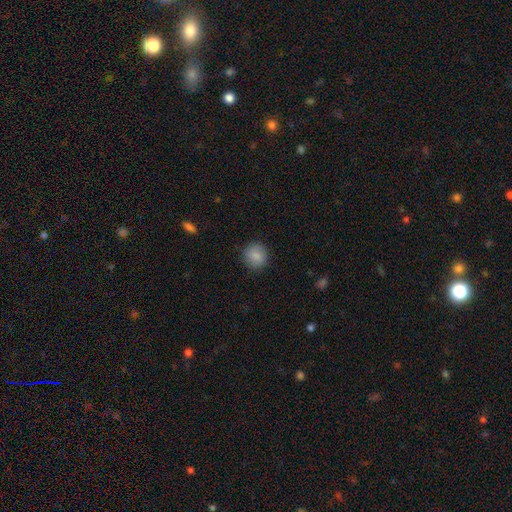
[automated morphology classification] A smooth galaxy with no disk features (86%) that is round (91%). Merging: none (89%).